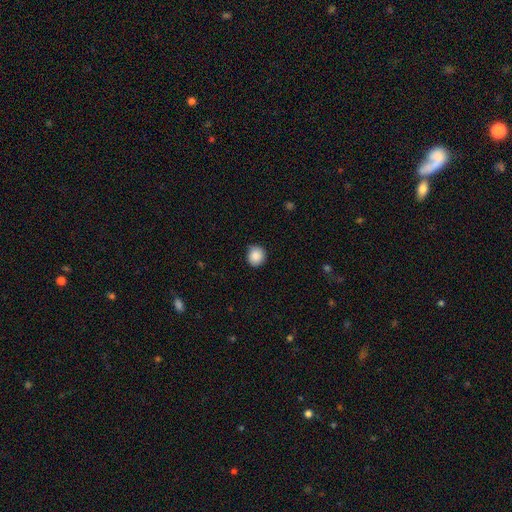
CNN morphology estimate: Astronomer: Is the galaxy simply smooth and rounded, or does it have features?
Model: smooth — 88%.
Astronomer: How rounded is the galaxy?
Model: round — 89%.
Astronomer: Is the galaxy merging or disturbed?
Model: none — 83%.